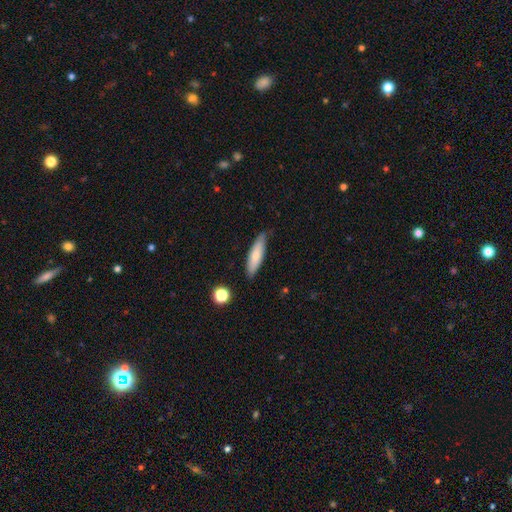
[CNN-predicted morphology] Smooth or featured: smooth — 71% (featured or disk — 22%)
How rounded: cigar-shaped — 62% (in between — 36%)
Merging: none — 76% (minor disturbance — 19%)